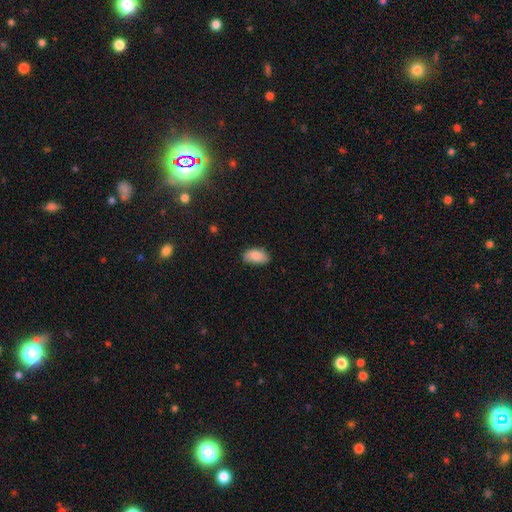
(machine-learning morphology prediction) type=smooth (86%); roundness=in between (93%); merging=none (77%).